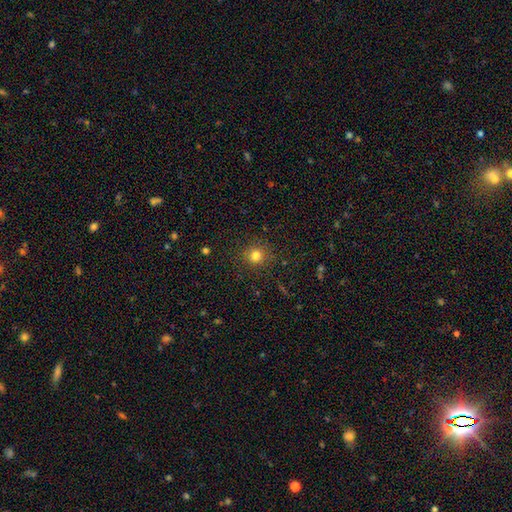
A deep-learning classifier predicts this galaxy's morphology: Smooth or featured? Predicted: smooth (p=0.79). How rounded? Predicted: round (p=0.91). Merging? Predicted: none (p=0.88).